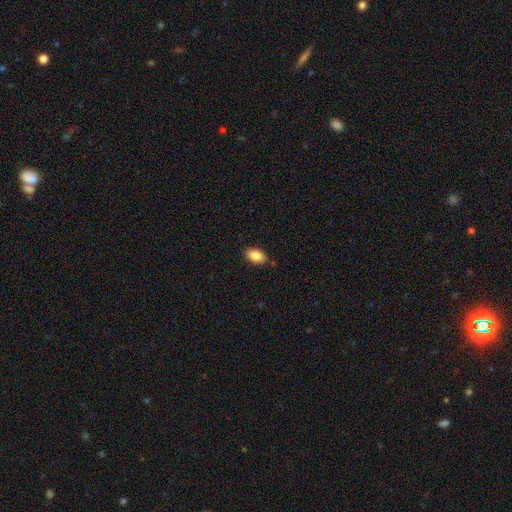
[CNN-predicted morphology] Smooth or featured: smooth — 86% (star or artifact — 8%)
How rounded: in between — 90% (round — 9%)
Merging: none — 84% (minor disturbance — 12%)